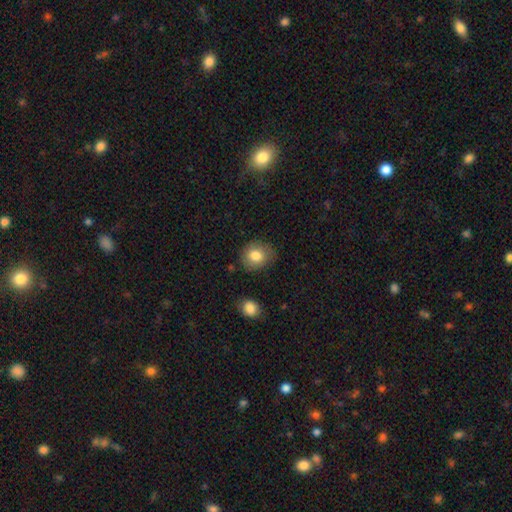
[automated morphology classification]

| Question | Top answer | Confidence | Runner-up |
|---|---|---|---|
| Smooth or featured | smooth | 81% | featured or disk (10%) |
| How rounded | round | 70% | in between (29%) |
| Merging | none | 78% | minor disturbance (16%) |